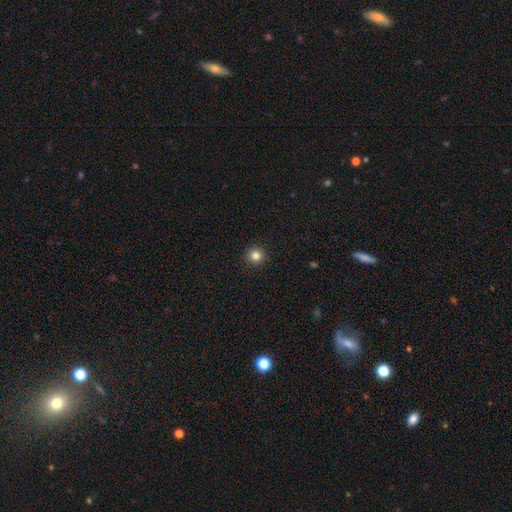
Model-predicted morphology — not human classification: This appears to be a smooth galaxy with no disk features (83%) that is round (95%). Merging: none (93%).